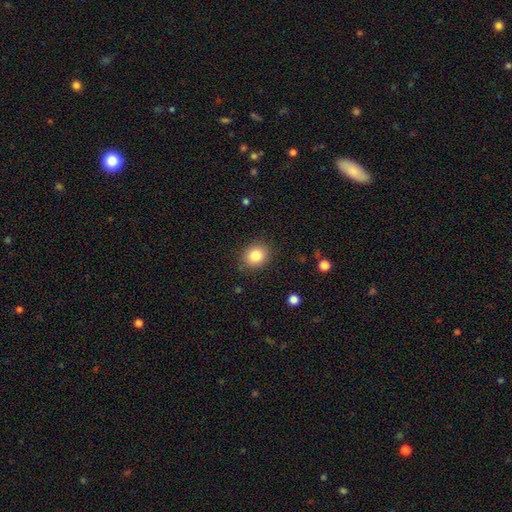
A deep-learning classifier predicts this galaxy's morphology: This is clearly a smooth galaxy (84%). How rounded: likely round (65%). Merging: clearly none (86%).